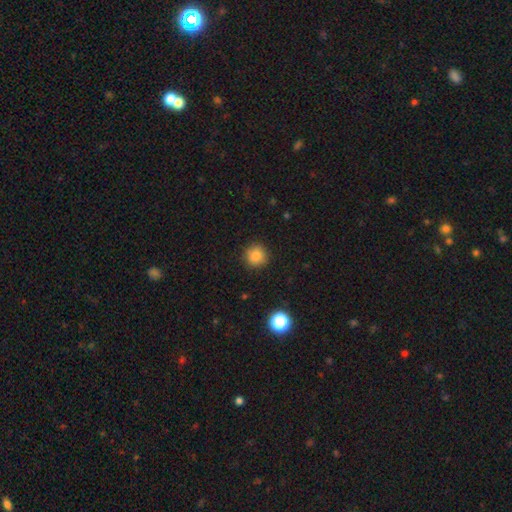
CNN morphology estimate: Q: Smooth or featured?
A: smooth (83%); runner-up: star or artifact (12%)
Q: How rounded?
A: round (92%); runner-up: in between (7%)
Q: Merging?
A: none (89%); runner-up: minor disturbance (8%)